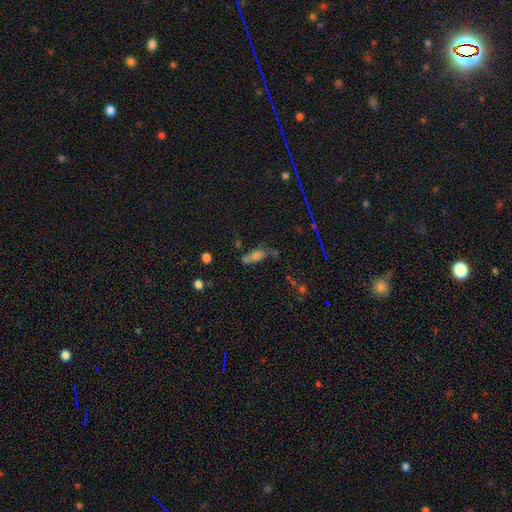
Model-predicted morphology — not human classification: Smooth or featured? Predicted: smooth (p=0.50). Merging? Predicted: none (p=0.43).